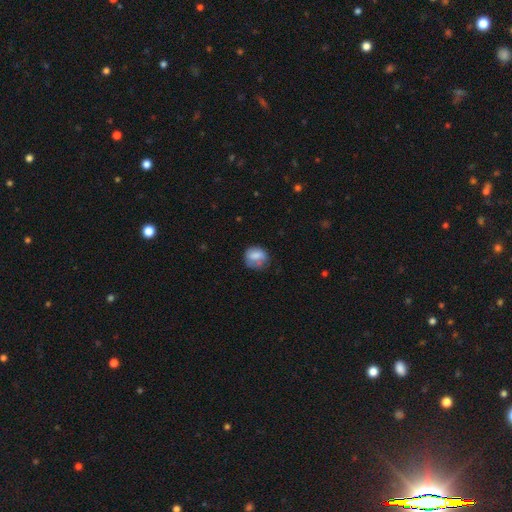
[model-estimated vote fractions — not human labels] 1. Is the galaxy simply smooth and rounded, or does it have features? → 74% smooth, 17% featured or disk, 9% star or artifact.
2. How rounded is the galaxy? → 65% round, 34% in between, 1% cigar-shaped.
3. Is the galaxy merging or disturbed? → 57% none, 29% minor disturbance, 11% major disturbance, 3% merger.